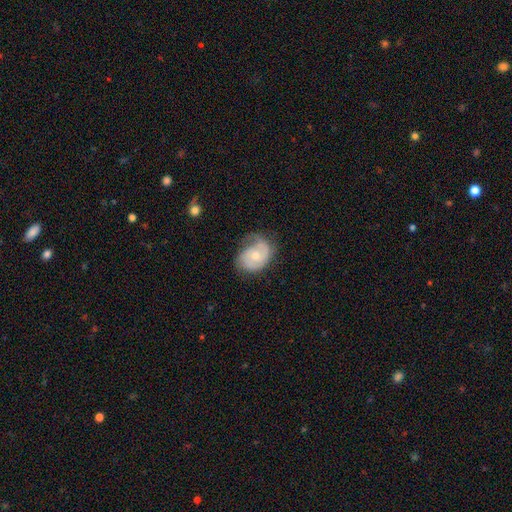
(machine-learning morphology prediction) The model was most divided on "spiral winding": tight: 41%, medium: 38%, loose: 21%. Remaining: edge-on disk — no (97%); spiral arms — yes (86%); bar — no (75%); smooth or featured — featured or disk (63%); bulge size — moderate (51%); merging — none (47%); spiral arm count — 2 (43%).